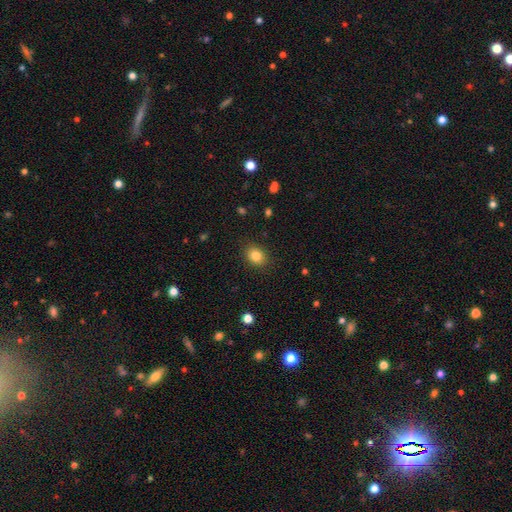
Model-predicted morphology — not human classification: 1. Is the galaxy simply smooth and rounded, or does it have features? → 83% smooth, 10% star or artifact, 6% featured or disk.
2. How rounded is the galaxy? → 54% in between, 45% round, 1% cigar-shaped.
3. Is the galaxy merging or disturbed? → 88% none, 9% minor disturbance, 3% major disturbance, 1% merger.